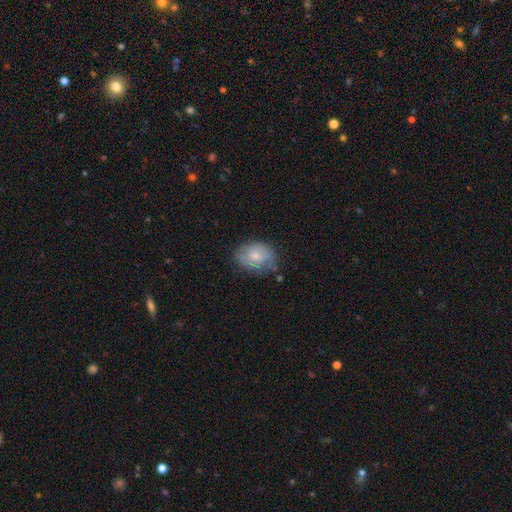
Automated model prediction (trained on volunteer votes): A smooth galaxy with no disk features (61%) that is in between round and cigar-shaped (66%).

Vote fractions:
- Smooth or featured? smooth: 61% / featured or disk: 32% / star or artifact: 7%
- How rounded? in between: 66% / round: 32% / cigar-shaped: 1%
- Merging? none: 59% / minor disturbance: 30% / major disturbance: 9% / merger: 3%